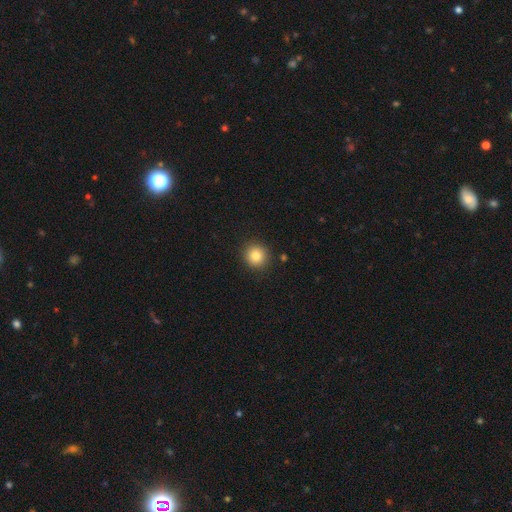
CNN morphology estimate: The model was most divided on "smooth or featured": smooth: 84%, star or artifact: 10%, featured or disk: 6%. More confident: how rounded — round (92%); merging — none (90%).